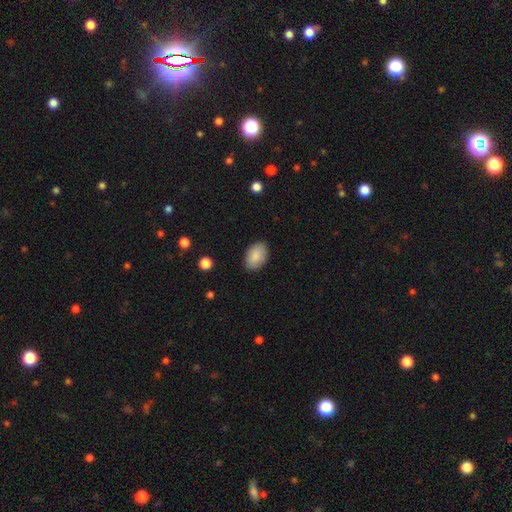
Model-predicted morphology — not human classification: Overall: smooth (88%). How rounded: in between (90%). Merging: none (86%).